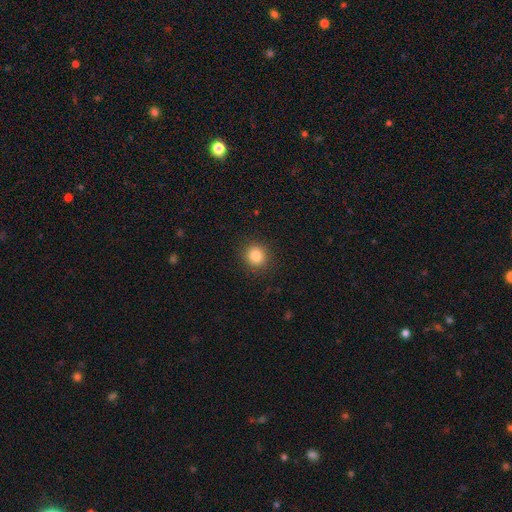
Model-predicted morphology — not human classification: This is clearly a smooth galaxy (84%). How rounded: clearly round (89%). Merging: clearly none (90%).